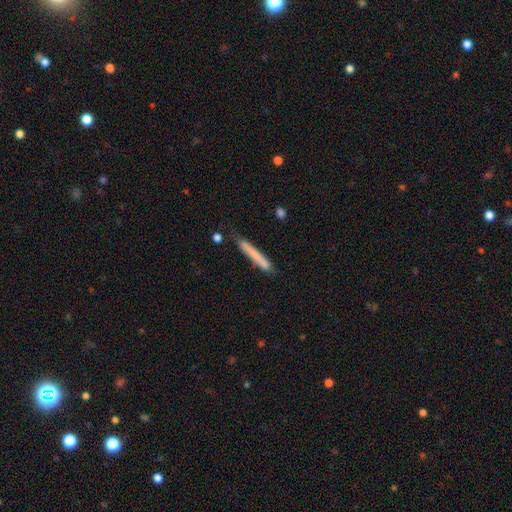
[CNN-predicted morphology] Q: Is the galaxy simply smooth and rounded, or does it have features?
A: smooth — 70%.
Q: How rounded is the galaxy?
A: cigar-shaped — 96%.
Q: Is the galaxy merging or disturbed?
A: none — 75%.